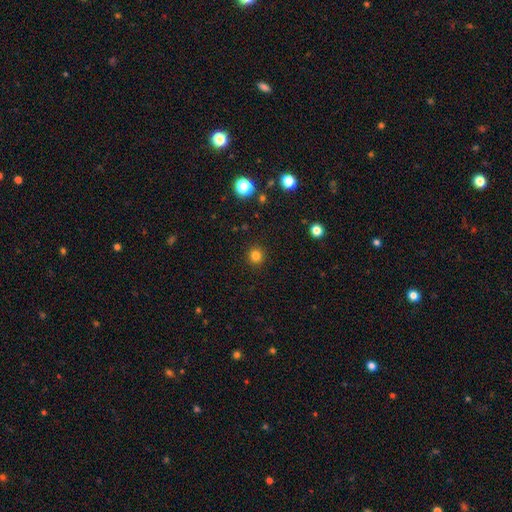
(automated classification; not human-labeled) This is clearly a smooth galaxy (81%). How rounded: clearly round (93%). Merging: clearly none (92%).